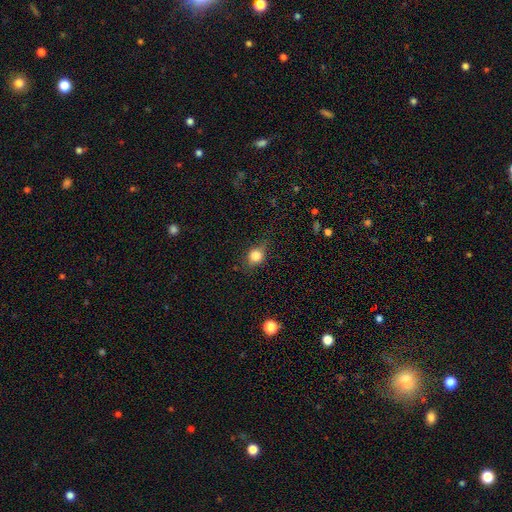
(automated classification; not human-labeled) Smooth or featured? Predicted: smooth (p=0.77). How rounded? Predicted: round (p=0.66). Merging? Predicted: none (p=0.69).